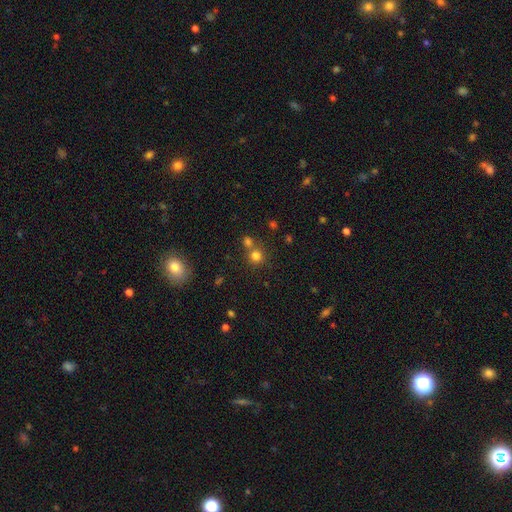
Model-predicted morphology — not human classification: Overall: smooth (76%). How rounded: round (90%). Merging: none (61%; merger 30%).